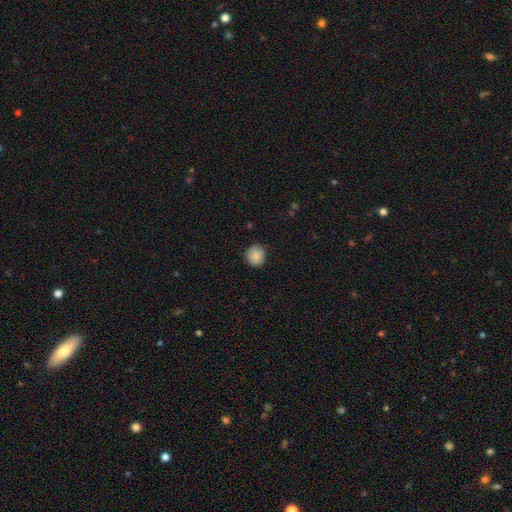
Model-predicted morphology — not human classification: smooth 87%, star or artifact 8%, featured or disk 5%. Down the decision tree: how rounded — round (87%); merging — none (84%).